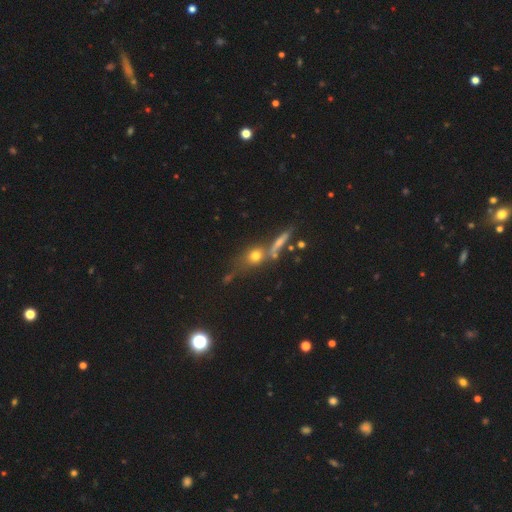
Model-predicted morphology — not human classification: Smooth or featured: smooth — 63% (featured or disk — 20%)
How rounded: round — 56% (in between — 30%)
Merging: none — 56% (merger — 24%)